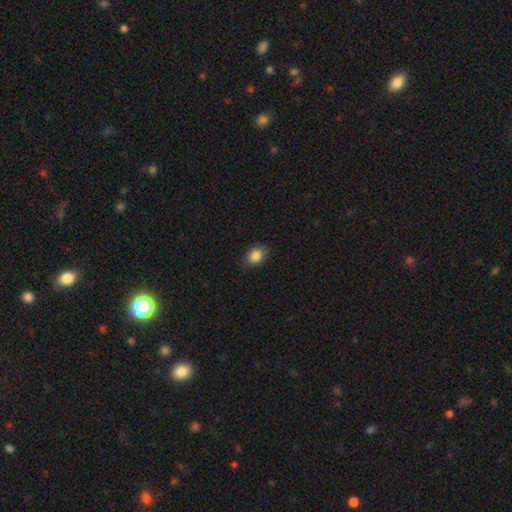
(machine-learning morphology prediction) A smooth galaxy with no disk features (86%) that is in between round and cigar-shaped (76%). Merging: none (86%).